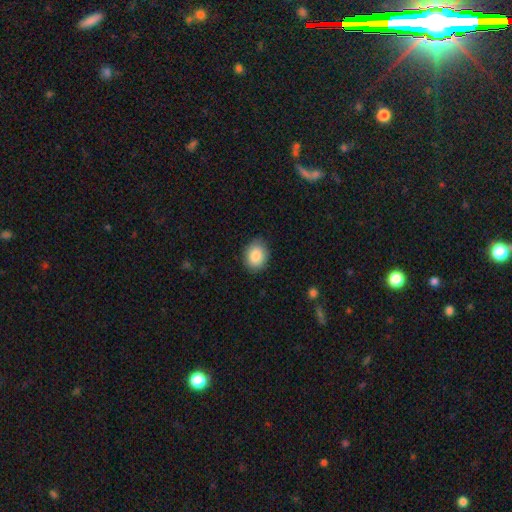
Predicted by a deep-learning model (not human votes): smooth_or_featured: smooth (p=0.87) [alt: star or artifact p=0.07]
how_rounded: in between (p=0.50) [alt: round p=0.49]
merging: none (p=0.85) [alt: minor disturbance p=0.12]